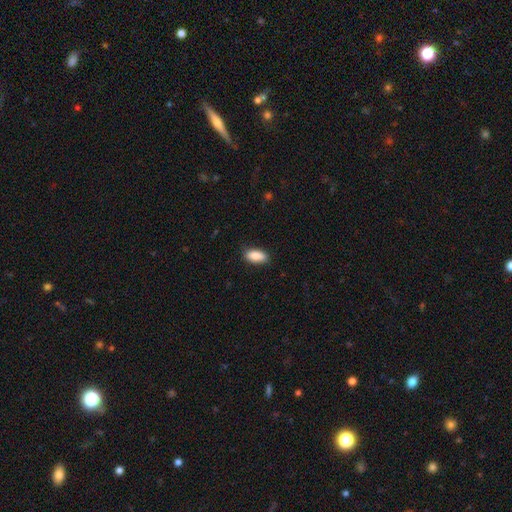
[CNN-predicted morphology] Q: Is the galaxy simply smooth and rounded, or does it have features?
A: smooth — 88%.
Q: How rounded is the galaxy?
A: in between — 87%.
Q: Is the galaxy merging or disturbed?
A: none — 84%.